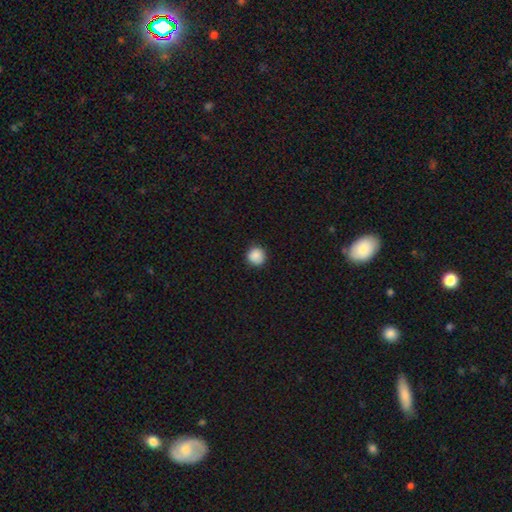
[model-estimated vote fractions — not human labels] Smooth or featured? Predicted: smooth (p=0.88). How rounded? Predicted: round (p=0.94). Merging? Predicted: none (p=0.89).